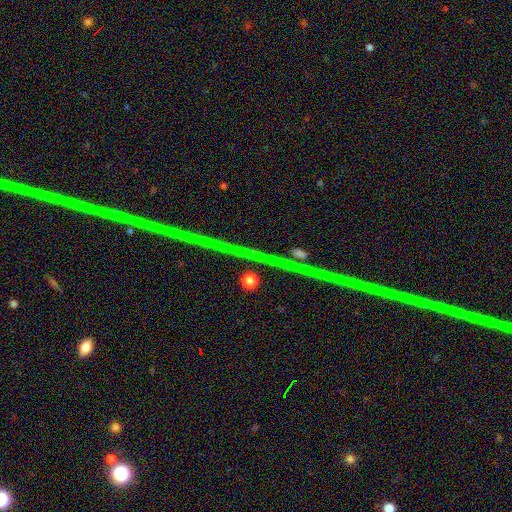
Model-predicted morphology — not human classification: Smooth or featured: star or artifact — 67% (featured or disk — 17%)